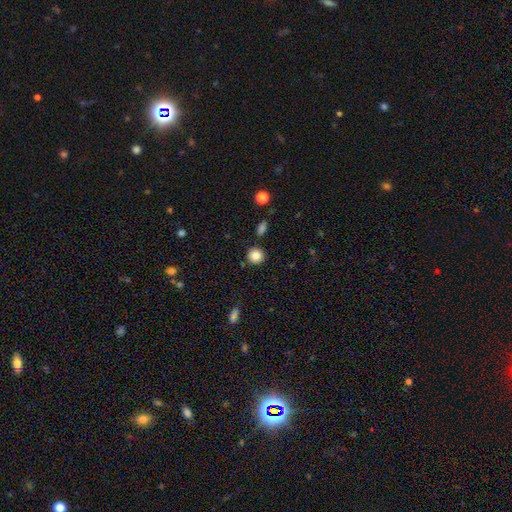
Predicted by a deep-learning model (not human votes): Morphology: type=smooth (85%); roundness=round (92%); merging=none (87%).